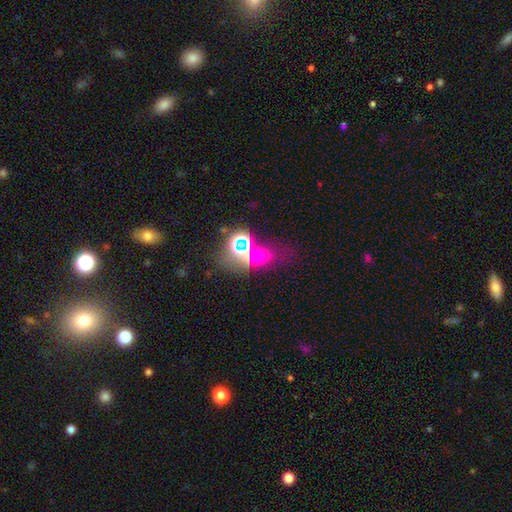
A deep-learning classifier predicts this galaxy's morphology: Q: Smooth or featured?
A: smooth (46%); runner-up: star or artifact (42%)
Q: Merging?
A: none (58%); runner-up: merger (19%)